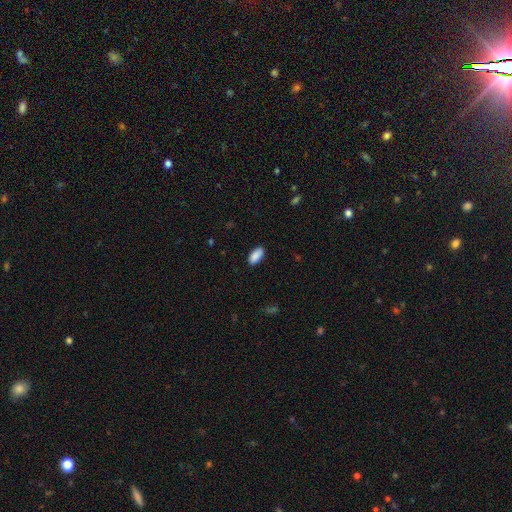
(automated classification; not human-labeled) Smooth or featured: smooth — 90% (star or artifact — 6%)
How rounded: in between — 91% (cigar-shaped — 7%)
Merging: none — 87% (minor disturbance — 10%)